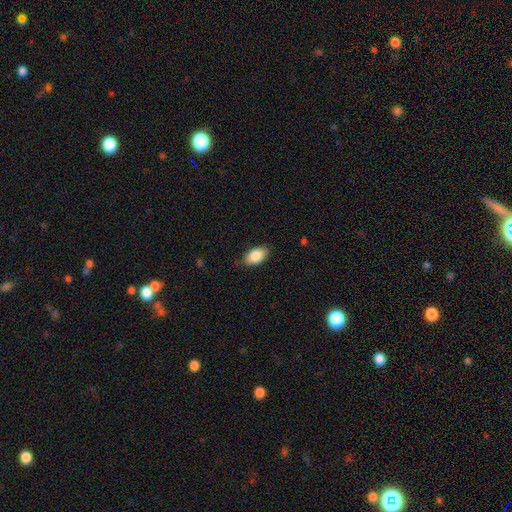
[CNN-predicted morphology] Smooth or featured? smooth (85%)
How rounded? in between (92%)
Merging? none (80%)